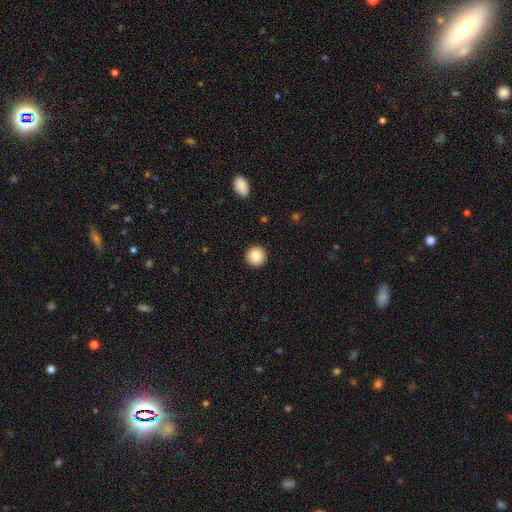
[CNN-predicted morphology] smooth_or_featured: smooth (p=0.84) [alt: star or artifact p=0.08]
how_rounded: round (p=0.95) [alt: in between p=0.04]
merging: none (p=0.93) [alt: minor disturbance p=0.05]